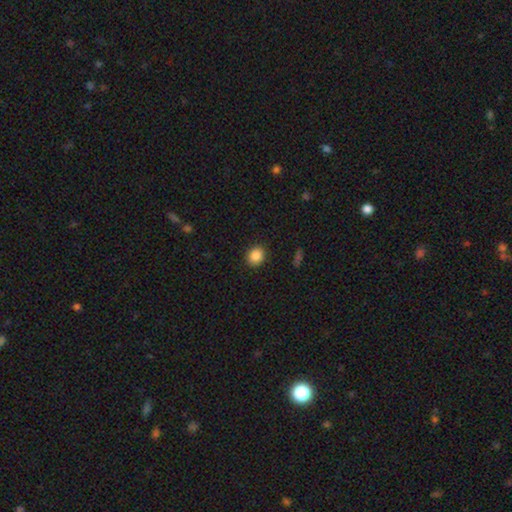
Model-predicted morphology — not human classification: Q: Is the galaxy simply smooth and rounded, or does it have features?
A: smooth — 87%.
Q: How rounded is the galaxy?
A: round — 76%.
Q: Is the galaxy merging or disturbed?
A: none — 91%.